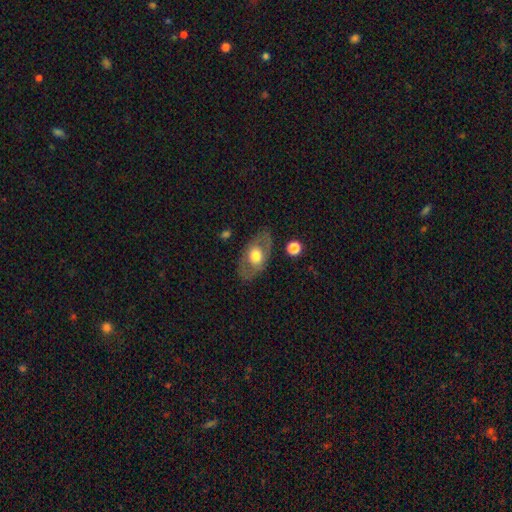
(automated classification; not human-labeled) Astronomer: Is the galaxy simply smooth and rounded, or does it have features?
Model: smooth — 49% (runner-up: featured or disk, 45%).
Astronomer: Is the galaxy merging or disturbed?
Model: none — 79%.